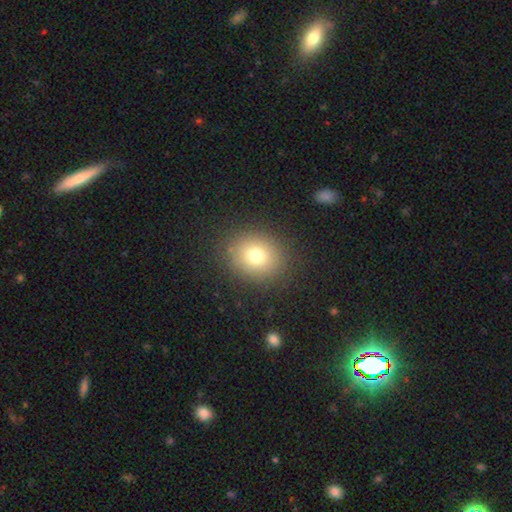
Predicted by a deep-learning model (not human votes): smooth_or_featured: smooth (p=0.76) [alt: star or artifact p=0.13]
how_rounded: round (p=0.72) [alt: in between p=0.27]
merging: none (p=0.87) [alt: minor disturbance p=0.08]